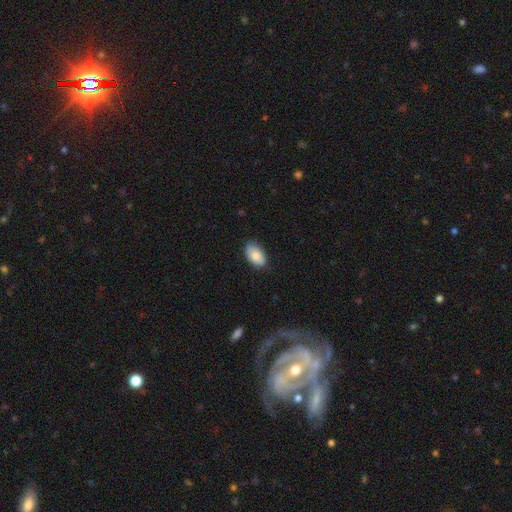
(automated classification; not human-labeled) A smooth galaxy with no disk features (86%) that is in between round and cigar-shaped (94%). Merging: none (83%).